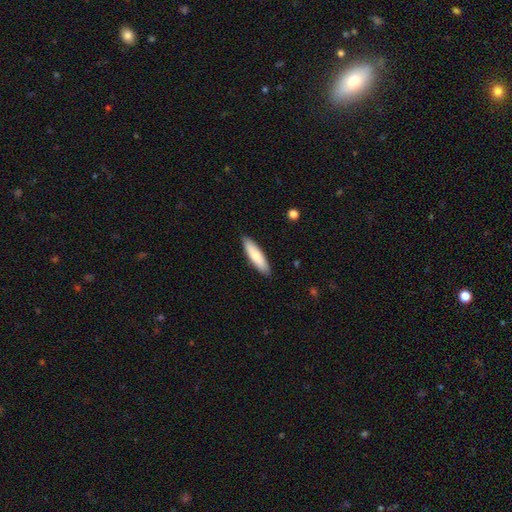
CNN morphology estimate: A smooth galaxy with no disk features (77%) that is cigar-shaped (70%). Merging: none (88%).